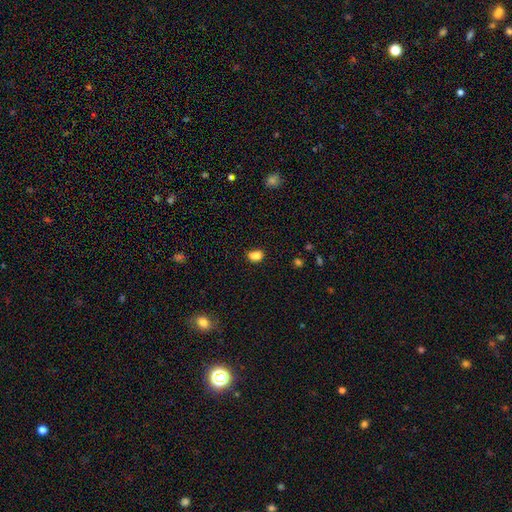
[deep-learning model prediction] smooth_or_featured: smooth (p=0.85) [alt: star or artifact p=0.11]
how_rounded: in between (p=0.73) [alt: round p=0.26]
merging: none (p=0.67) [alt: minor disturbance p=0.23]